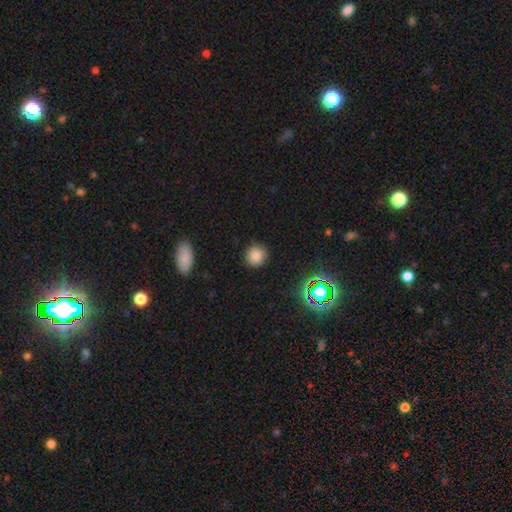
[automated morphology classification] Smooth or featured?
  - smooth: 82% *
  - star or artifact: 13%
  - featured or disk: 5%
How rounded?
  - round: 90% *
  - in between: 9%
  - cigar-shaped: 1%
Merging?
  - none: 88% *
  - minor disturbance: 8%
  - major disturbance: 2%
  - merger: 1%